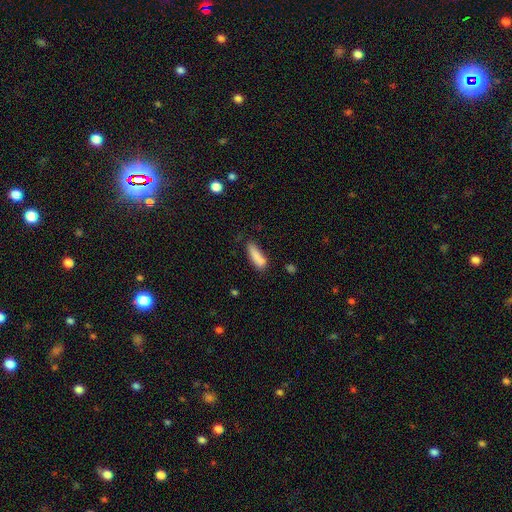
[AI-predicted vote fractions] Smooth or featured: smooth — 83% (featured or disk — 9%)
How rounded: cigar-shaped — 53% (in between — 45%)
Merging: none — 60% (minor disturbance — 23%)